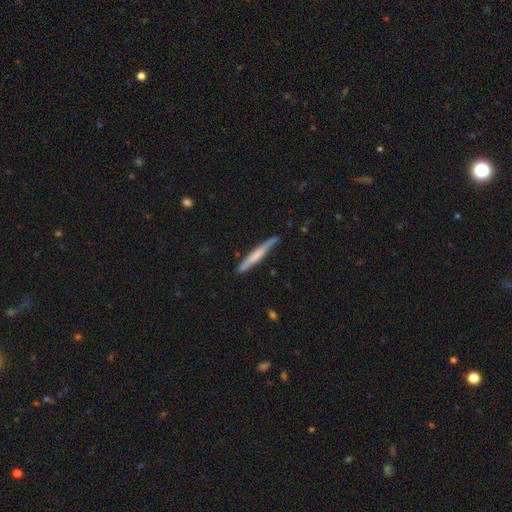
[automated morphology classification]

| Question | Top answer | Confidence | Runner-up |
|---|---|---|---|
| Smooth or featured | smooth | 48% | featured or disk (47%) |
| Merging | none | 81% | minor disturbance (15%) |